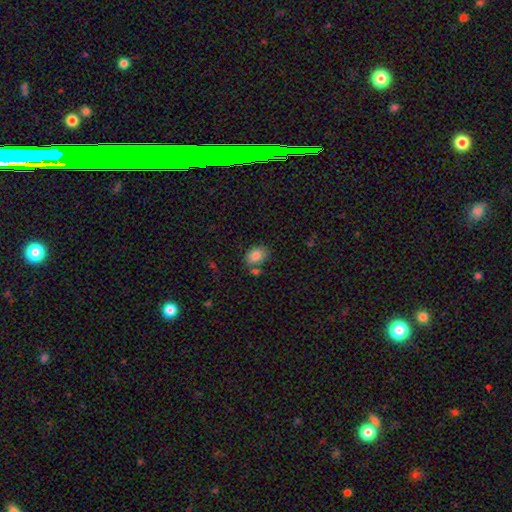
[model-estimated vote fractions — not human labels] This appears to be a smooth galaxy with no disk features (84%) that is in between round and cigar-shaped (80%). Merging: none (66%).